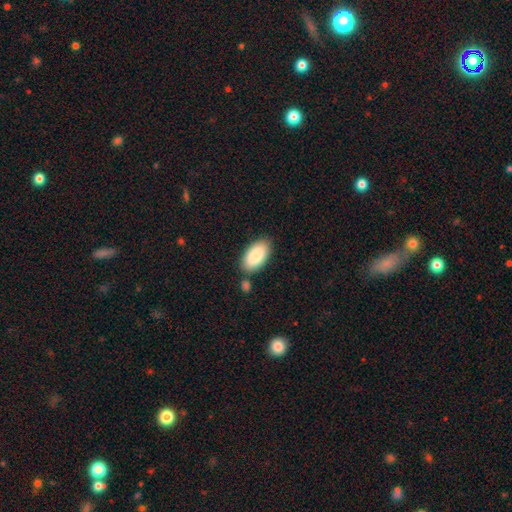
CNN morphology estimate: smooth-or-featured: smooth: 89% | star or artifact: 6% | featured or disk: 6%
  how-rounded: in between: 95% | cigar-shaped: 3% | round: 2%
  merging: none: 76% | minor disturbance: 12% | merger: 9% | major disturbance: 3%